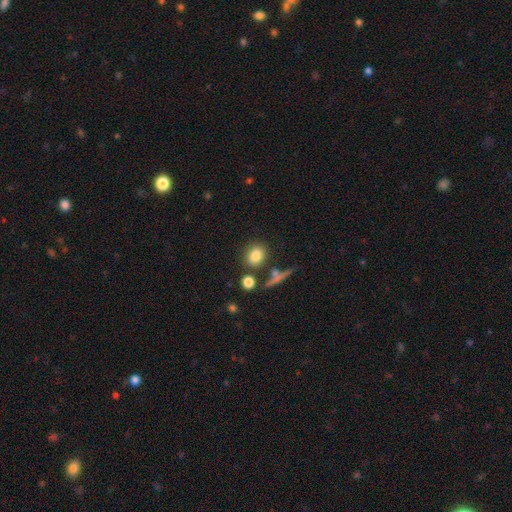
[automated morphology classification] type=smooth (81%); roundness=round (60%); merging=none (74%).